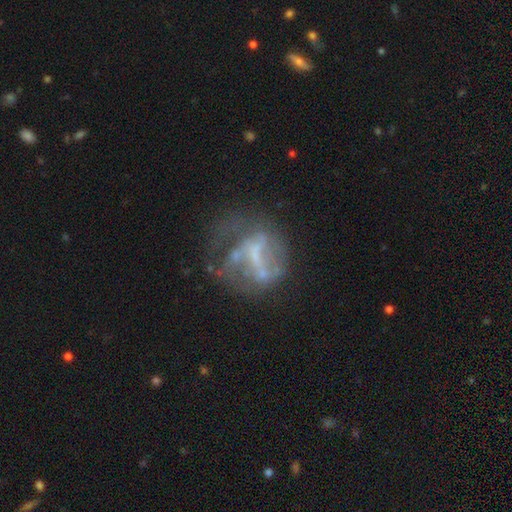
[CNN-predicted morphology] smooth-or-featured: featured or disk: 64% | smooth: 22% | star or artifact: 14%
  disk-edge-on: no: 96% | yes: 4%
    bar: no: 48% | weak: 30% | strong: 22%
    has-spiral-arms: no: 71% | yes: 29%
    bulge-size: none: 54% | small: 27% | moderate: 15% | large: 3% | dominant: 1%
  merging: none: 41% | major disturbance: 33% | minor disturbance: 18% | merger: 8%